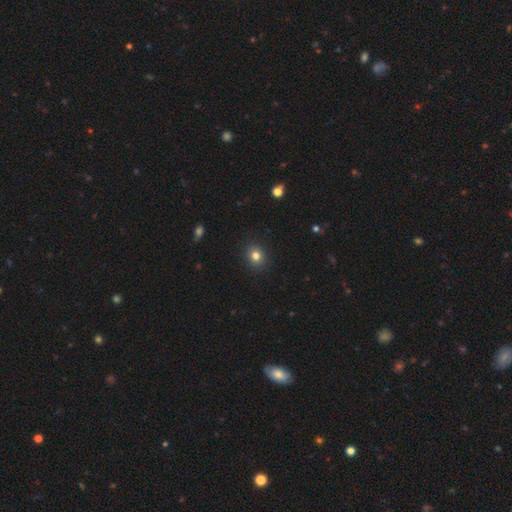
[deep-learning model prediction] Overall: smooth (81%). How rounded: round (75%). Merging: none (91%).